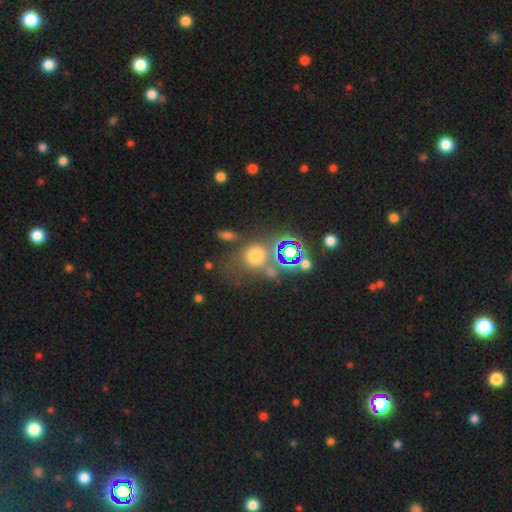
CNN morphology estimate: smooth 61%, star or artifact 29%, featured or disk 11%. Down the decision tree: how rounded — round (75%); merging — none (56%).